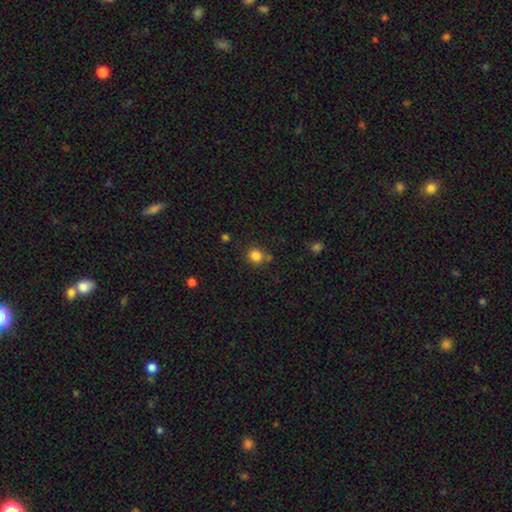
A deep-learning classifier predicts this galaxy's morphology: type=smooth (83%); roundness=round (79%); merging=none (72%).